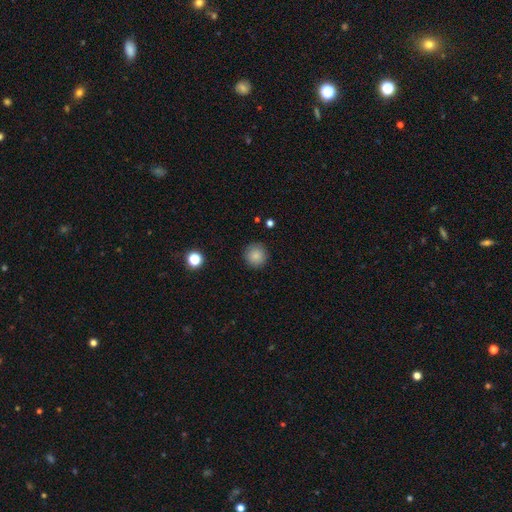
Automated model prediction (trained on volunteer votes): Q: Smooth or featured?
A: smooth (85%); runner-up: star or artifact (10%)
Q: How rounded?
A: round (95%); runner-up: in between (4%)
Q: Merging?
A: none (90%); runner-up: minor disturbance (7%)